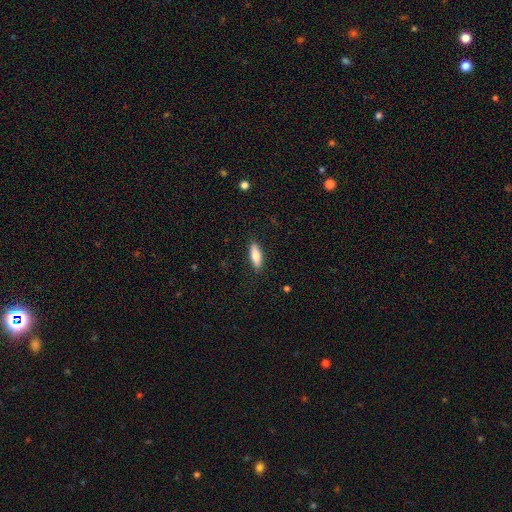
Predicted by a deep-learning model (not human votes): smooth 78%, featured or disk 16%, star or artifact 6%. Down the decision tree: how rounded — in between (58%); merging — none (88%).